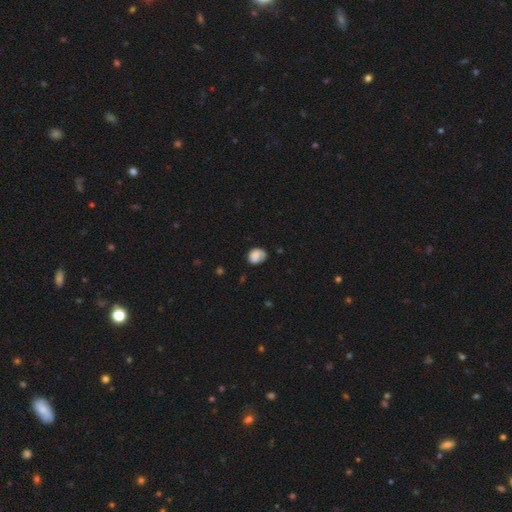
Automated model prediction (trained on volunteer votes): The model was most divided on "how rounded": in between: 54%, round: 45%, cigar-shaped: 1%. More confident: smooth or featured — smooth (76%); merging — none (51%).